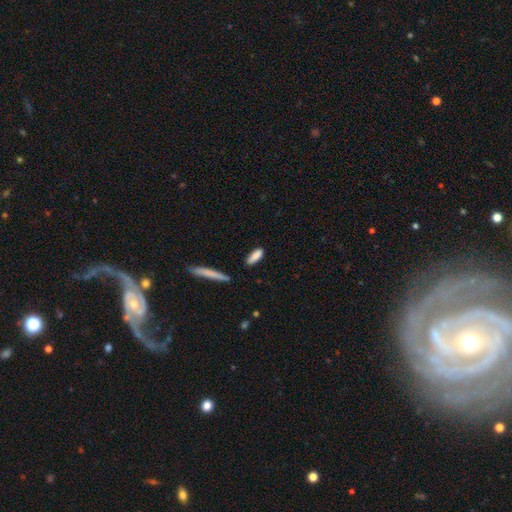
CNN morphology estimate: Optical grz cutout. It shows a smooth galaxy with no disk features (86%) that is in between round and cigar-shaped (51%). Merging: none (79%).